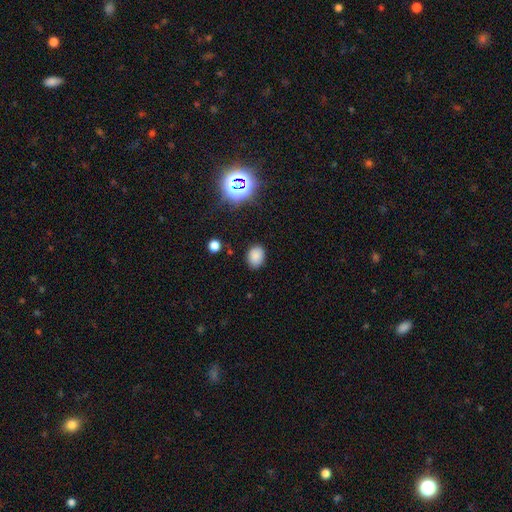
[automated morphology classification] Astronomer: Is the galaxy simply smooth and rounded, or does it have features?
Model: smooth — 81%.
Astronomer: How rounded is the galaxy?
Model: in between — 61% (runner-up: round, 38%).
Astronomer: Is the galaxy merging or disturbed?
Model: none — 84%.